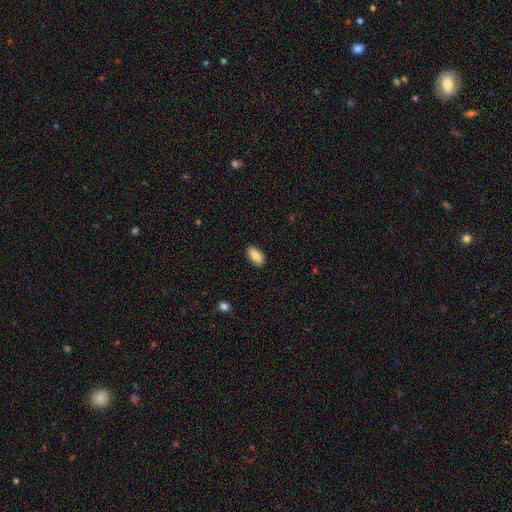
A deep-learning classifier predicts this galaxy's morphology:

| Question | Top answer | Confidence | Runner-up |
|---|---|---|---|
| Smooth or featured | smooth | 85% | featured or disk (8%) |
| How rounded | in between | 91% | cigar-shaped (6%) |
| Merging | none | 89% | minor disturbance (8%) |